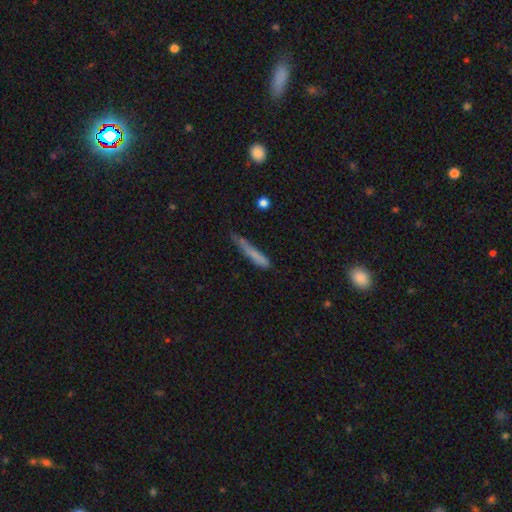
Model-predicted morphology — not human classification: type=smooth (73%); roundness=cigar-shaped (92%); merging=none (54%).